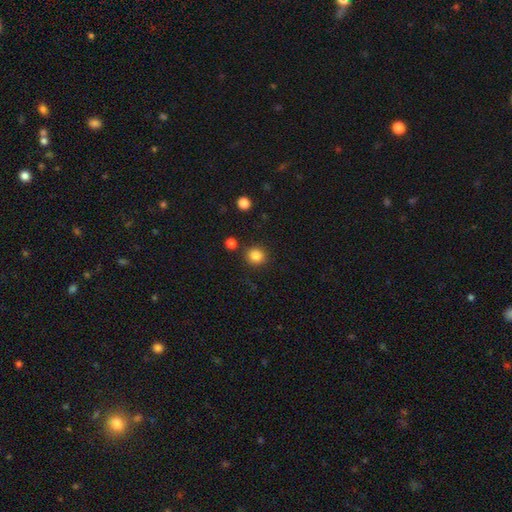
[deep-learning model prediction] This is clearly a smooth galaxy (85%). How rounded: clearly round (89%). Merging: clearly none (86%).